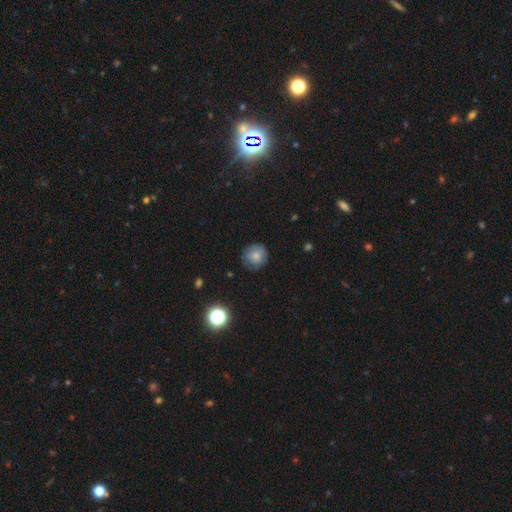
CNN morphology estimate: Smooth or featured? smooth (68%)
How rounded? round (90%)
Merging? none (75%)